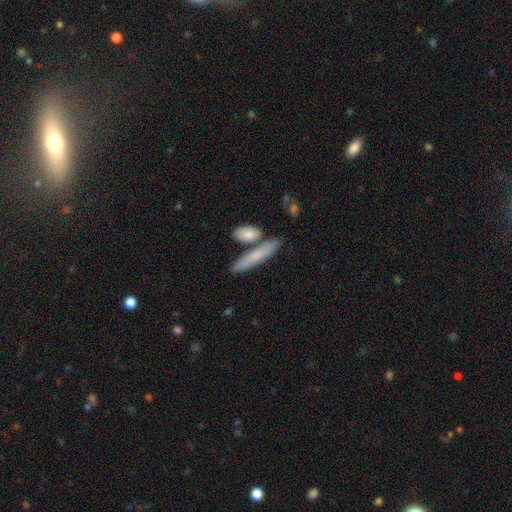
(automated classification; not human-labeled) This appears to be a smooth galaxy with no disk features (71%) that is cigar-shaped (81%). Merging: none (71%).